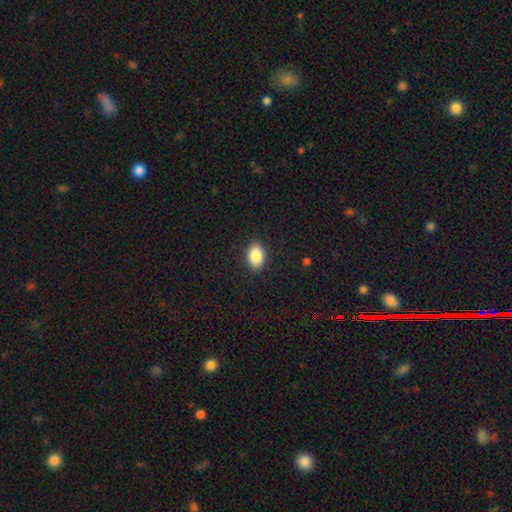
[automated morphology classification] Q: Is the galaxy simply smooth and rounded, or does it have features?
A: smooth — 87%.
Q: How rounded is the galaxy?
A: in between — 87%.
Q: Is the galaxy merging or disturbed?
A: none — 89%.